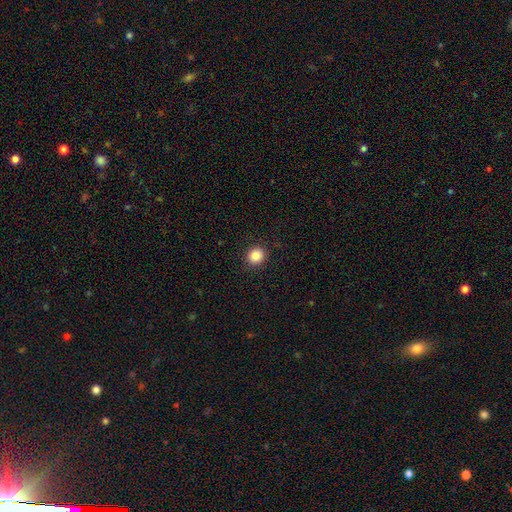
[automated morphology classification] Smooth or featured?
  - smooth: 87% *
  - star or artifact: 10%
  - featured or disk: 3%
How rounded?
  - round: 86% *
  - in between: 13%
  - cigar-shaped: 1%
Merging?
  - none: 90% *
  - minor disturbance: 6%
  - major disturbance: 2%
  - merger: 1%